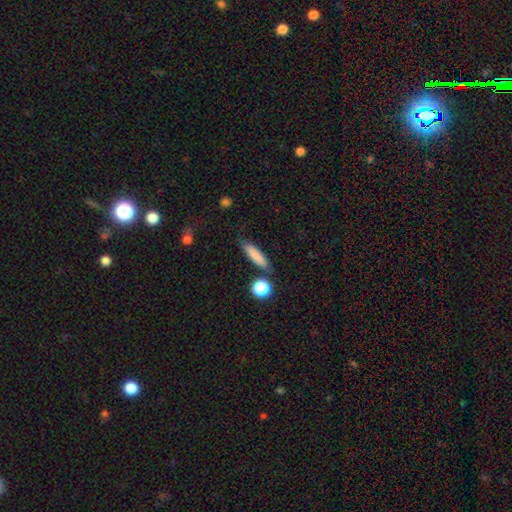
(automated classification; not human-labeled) smooth-or-featured: smooth: 82% | featured or disk: 10% | star or artifact: 8%
  how-rounded: cigar-shaped: 72% | in between: 24% | round: 4%
  merging: none: 79% | minor disturbance: 13% | merger: 5% | major disturbance: 3%